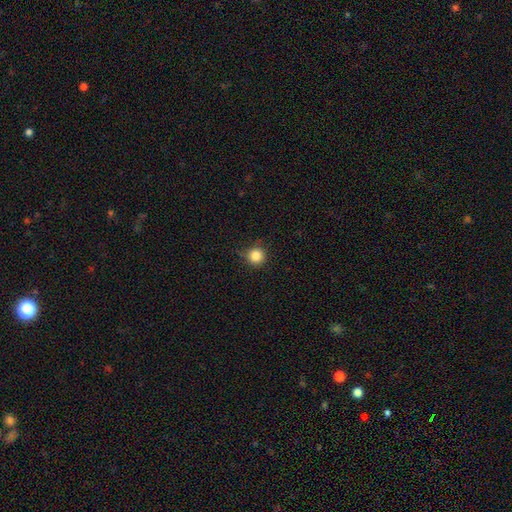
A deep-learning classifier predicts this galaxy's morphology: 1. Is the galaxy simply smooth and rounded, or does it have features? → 84% smooth, 12% star or artifact, 4% featured or disk.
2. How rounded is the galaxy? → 95% round, 4% in between, 1% cigar-shaped.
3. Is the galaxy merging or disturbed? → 84% none, 13% minor disturbance, 3% major disturbance, 1% merger.